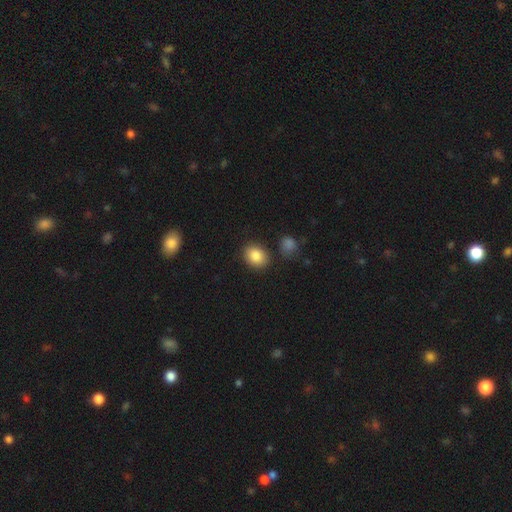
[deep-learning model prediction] A smooth galaxy with no disk features (87%) that is in between round and cigar-shaped (51%).

Vote fractions:
- Smooth or featured? smooth: 87% / star or artifact: 8% / featured or disk: 5%
- How rounded? in between: 51% / round: 48% / cigar-shaped: 1%
- Merging? none: 82% / minor disturbance: 10% / merger: 5% / major disturbance: 3%